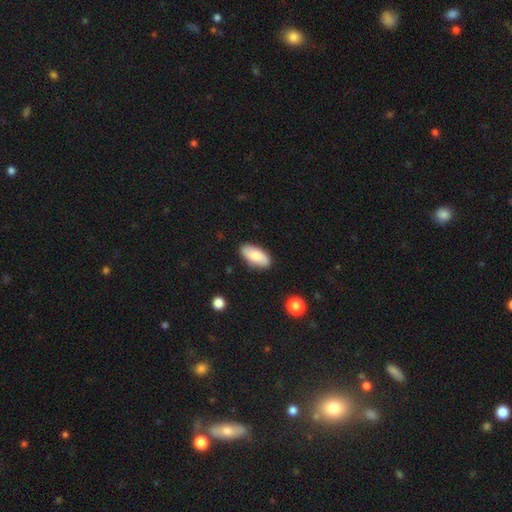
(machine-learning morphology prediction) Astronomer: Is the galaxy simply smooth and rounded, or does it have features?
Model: smooth — 81%.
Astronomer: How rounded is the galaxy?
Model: in between — 90%.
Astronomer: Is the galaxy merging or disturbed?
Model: none — 85%.